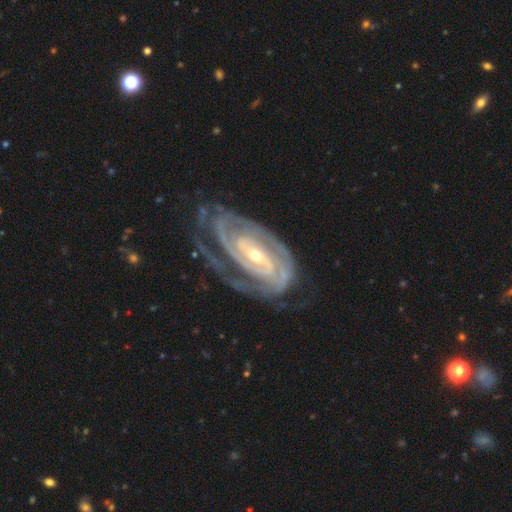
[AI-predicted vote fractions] Smooth or featured: featured or disk — 92% (star or artifact — 4%)
Edge-on disk: no — 96% (yes — 4%)
Bar: weak — 37% (no — 33%)
Spiral arms: yes — 98% (no — 2%)
Spiral winding: tight — 75% (medium — 22%)
Spiral arm count: 2 — 54% (3 — 18%)
Bulge size: small — 55% (moderate — 42%)
Merging: none — 60% (minor disturbance — 23%)